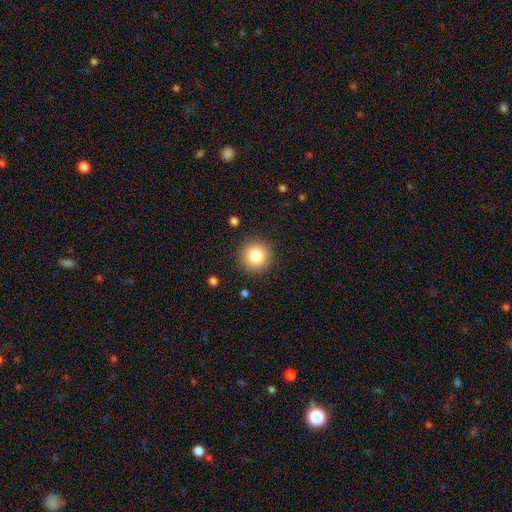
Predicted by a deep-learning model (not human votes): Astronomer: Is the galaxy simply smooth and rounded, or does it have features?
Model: smooth — 84%.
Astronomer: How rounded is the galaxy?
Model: round — 96%.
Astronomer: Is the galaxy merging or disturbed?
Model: none — 90%.